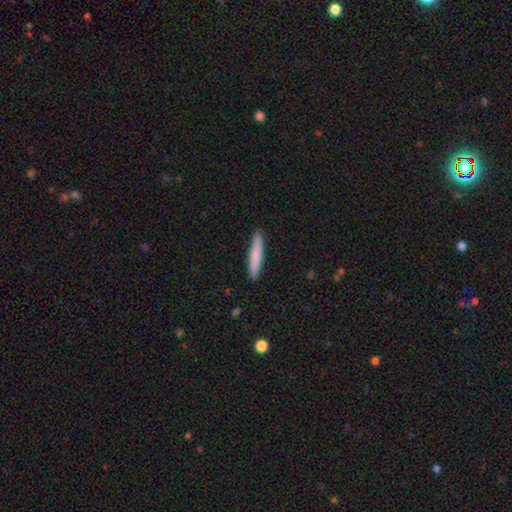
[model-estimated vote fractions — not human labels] This is likely a smooth galaxy (80%). How rounded: clearly cigar-shaped (92%). Merging: clearly none (90%).